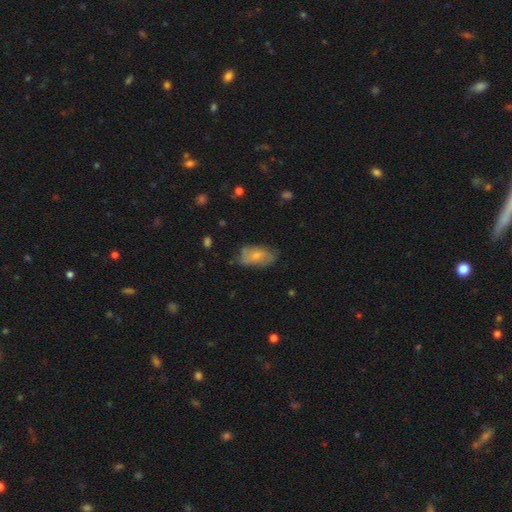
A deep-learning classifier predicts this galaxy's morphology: The model was most divided on "smooth or featured": smooth: 56%, featured or disk: 37%, star or artifact: 7%. More confident: how rounded — in between (92%); merging — none (59%).